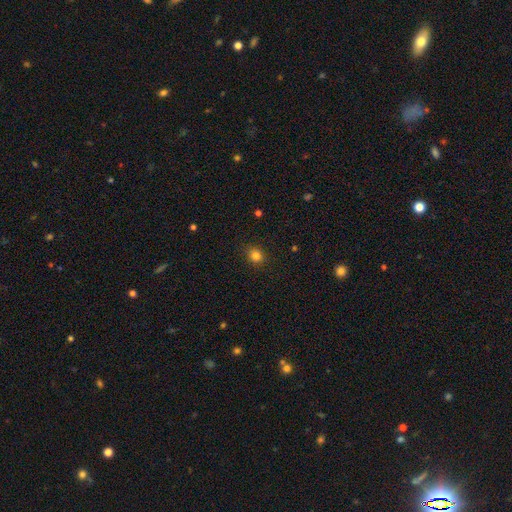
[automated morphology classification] A smooth galaxy with no disk features (82%) that is round (74%).

Vote fractions:
- Smooth or featured? smooth: 82% / star or artifact: 13% / featured or disk: 5%
- How rounded? round: 74% / in between: 25% / cigar-shaped: 1%
- Merging? none: 89% / minor disturbance: 8% / major disturbance: 2% / merger: 1%